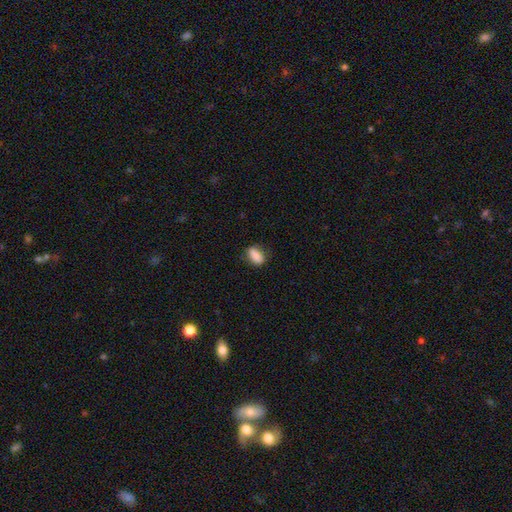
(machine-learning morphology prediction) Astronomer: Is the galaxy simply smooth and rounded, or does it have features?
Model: smooth — 86%.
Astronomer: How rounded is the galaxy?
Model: in between — 83%.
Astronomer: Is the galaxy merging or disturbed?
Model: none — 81%.